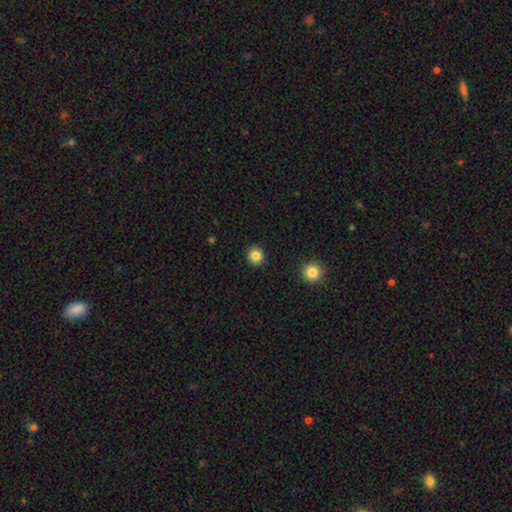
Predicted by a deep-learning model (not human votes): This is clearly a smooth galaxy (85%). How rounded: clearly round (91%). Merging: clearly none (92%).